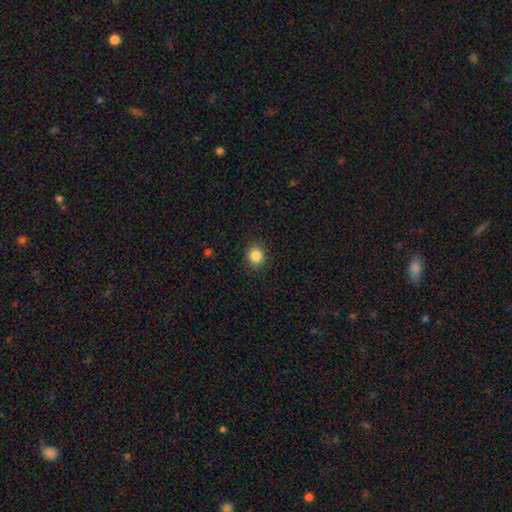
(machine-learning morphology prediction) Smooth or featured? Predicted: smooth (p=0.85). How rounded? Predicted: round (p=0.78). Merging? Predicted: none (p=0.89).